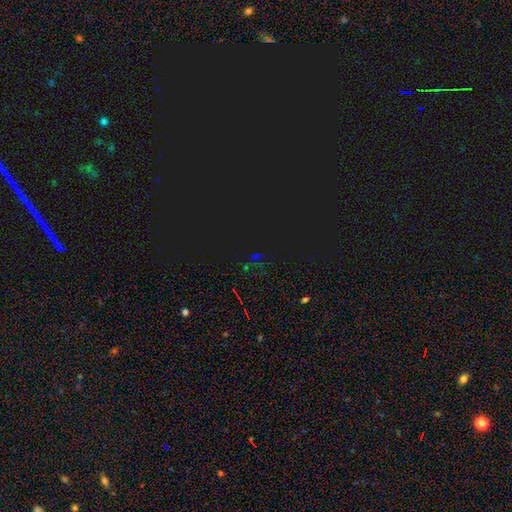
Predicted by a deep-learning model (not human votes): This is likely a star or artifact rather than a galaxy (76%).